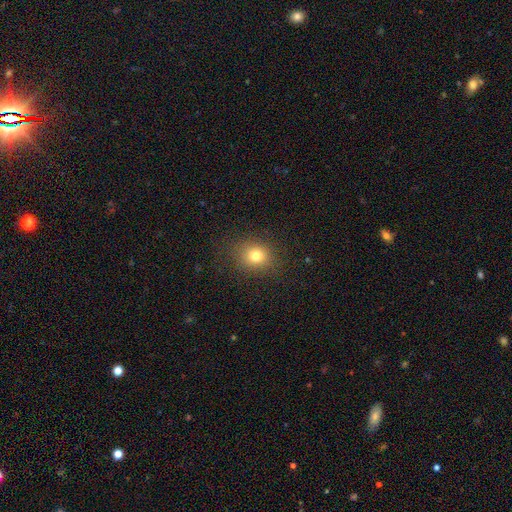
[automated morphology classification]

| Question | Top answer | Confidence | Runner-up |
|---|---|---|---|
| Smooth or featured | smooth | 77% | star or artifact (15%) |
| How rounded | round | 75% | in between (24%) |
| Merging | none | 86% | minor disturbance (9%) |